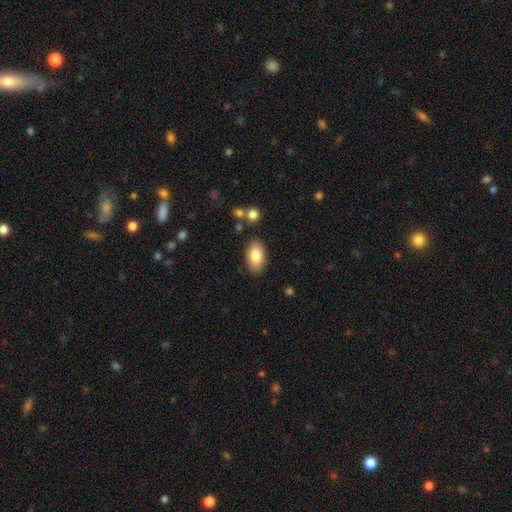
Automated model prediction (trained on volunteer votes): Smooth or featured?
  - smooth: 83% *
  - featured or disk: 10%
  - star or artifact: 7%
How rounded?
  - in between: 93% *
  - round: 5%
  - cigar-shaped: 2%
Merging?
  - none: 86% *
  - minor disturbance: 10%
  - major disturbance: 2%
  - merger: 2%